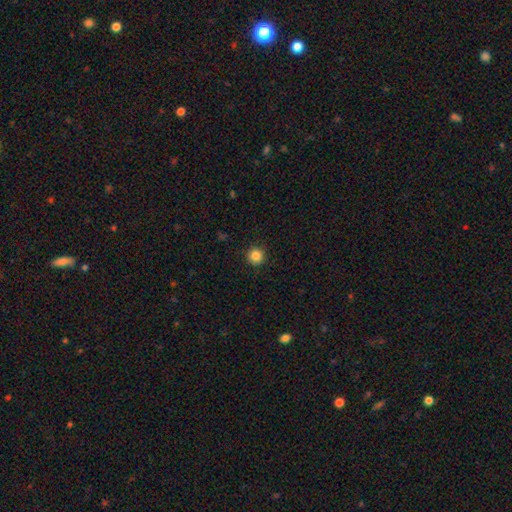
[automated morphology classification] This is clearly a smooth galaxy (85%). How rounded: clearly round (96%). Merging: clearly none (92%).